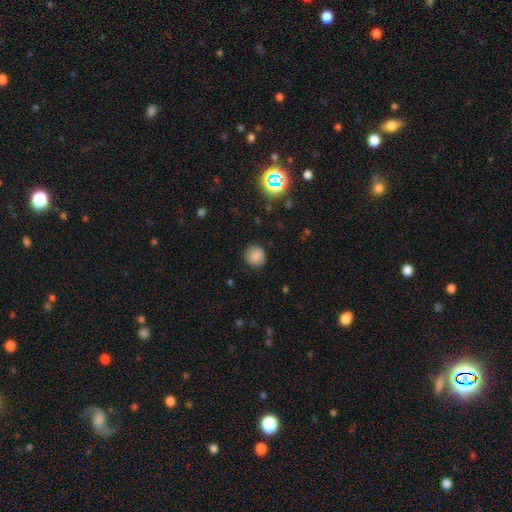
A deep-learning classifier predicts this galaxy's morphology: Overall: smooth (83%). How rounded: round (91%). Merging: none (86%).